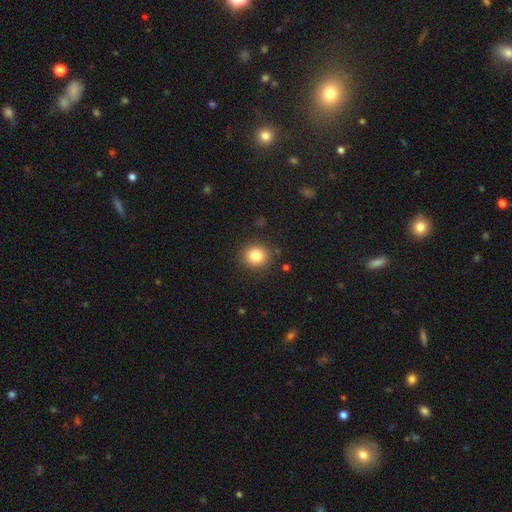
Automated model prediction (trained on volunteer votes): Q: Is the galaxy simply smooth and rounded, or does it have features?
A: smooth — 83%.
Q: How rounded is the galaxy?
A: round — 86%.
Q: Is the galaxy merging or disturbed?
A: none — 88%.